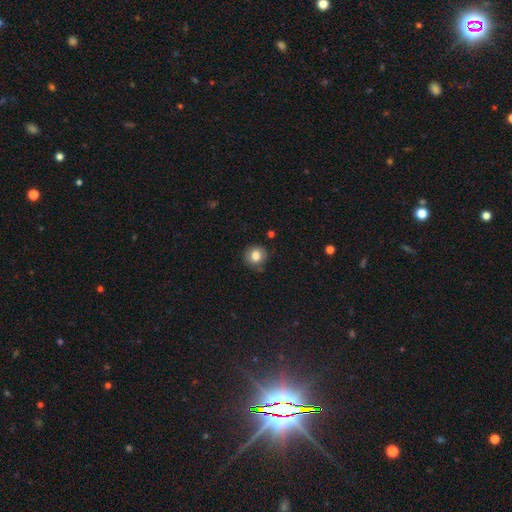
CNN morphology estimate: type=smooth (81%); roundness=round (86%); merging=none (78%).